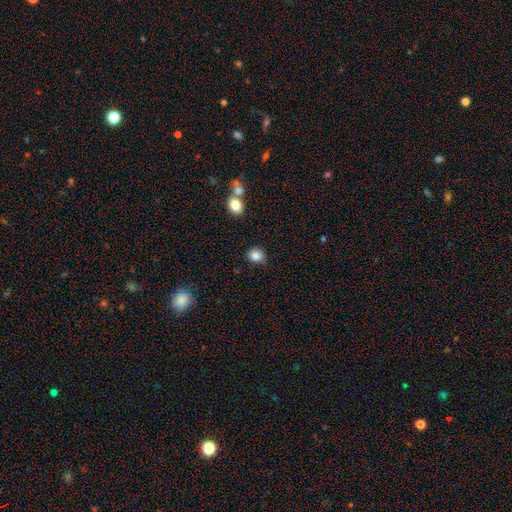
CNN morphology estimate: smooth 86%, star or artifact 10%, featured or disk 4%. Down the decision tree: how rounded — round (75%); merging — none (78%).